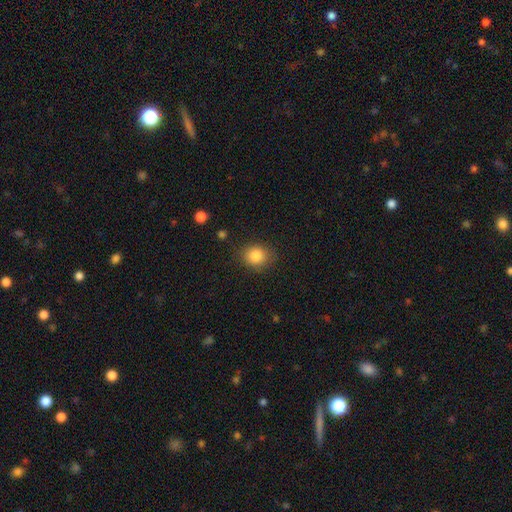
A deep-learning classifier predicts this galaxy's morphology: Smooth or featured? Predicted: smooth (p=0.85). How rounded? Predicted: round (p=0.70). Merging? Predicted: none (p=0.84).